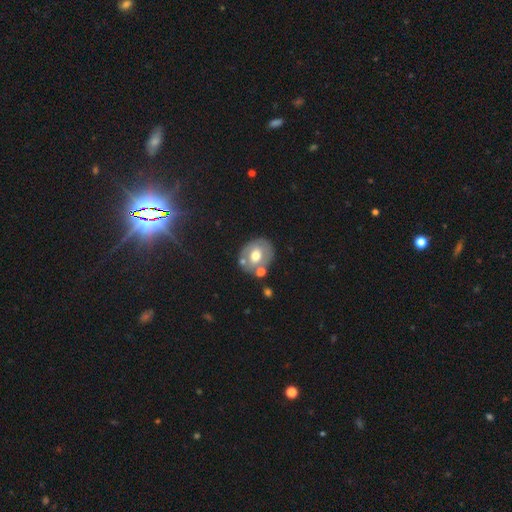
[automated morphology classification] Smooth or featured?
  - smooth: 51% *
  - featured or disk: 41%
  - star or artifact: 8%
How rounded?
  - round: 58% *
  - in between: 41%
  - cigar-shaped: 1%
Merging?
  - none: 65% *
  - minor disturbance: 16%
  - merger: 14%
  - major disturbance: 5%